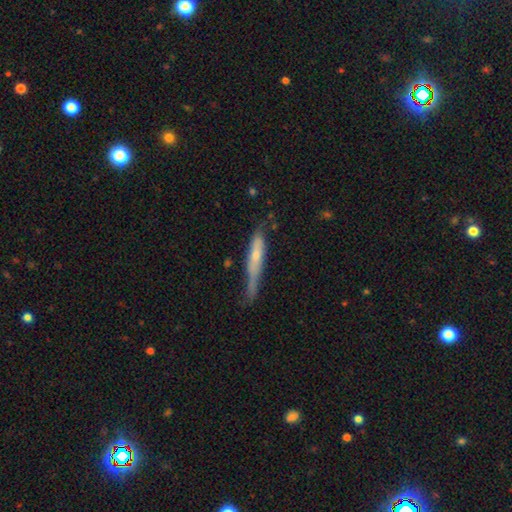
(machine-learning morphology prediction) smooth_or_featured: smooth (p=0.48) [alt: featured or disk p=0.46]
merging: none (p=0.44) [alt: minor disturbance p=0.35]